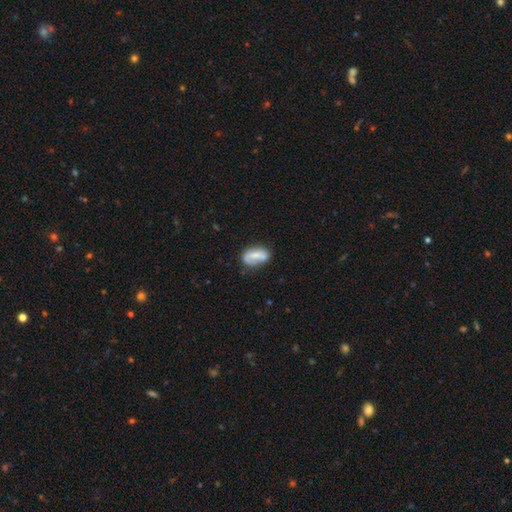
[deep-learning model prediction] smooth 57%, featured or disk 35%, star or artifact 8%. Down the decision tree: how rounded — in between (86%); merging — none (52%).